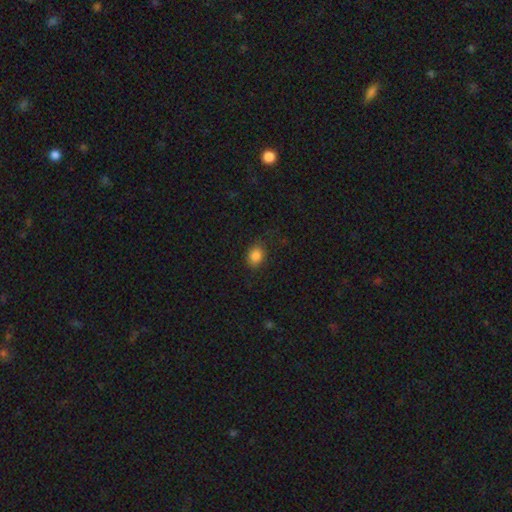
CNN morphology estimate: smooth_or_featured: smooth (p=0.85) [alt: star or artifact p=0.10]
how_rounded: in between (p=0.63) [alt: round p=0.36]
merging: none (p=0.81) [alt: minor disturbance p=0.14]